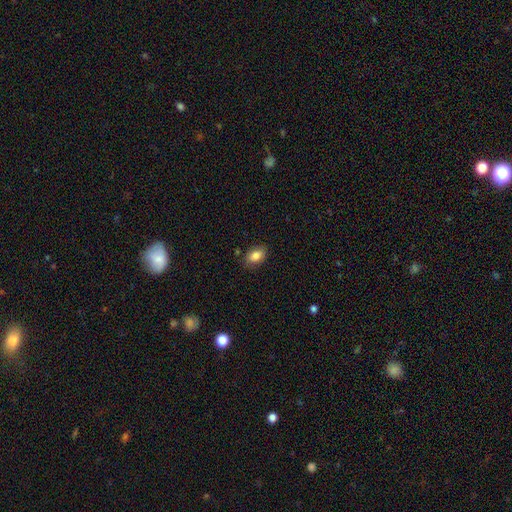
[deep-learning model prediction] Morphology: type=smooth (84%); roundness=in between (86%); merging=none (83%).